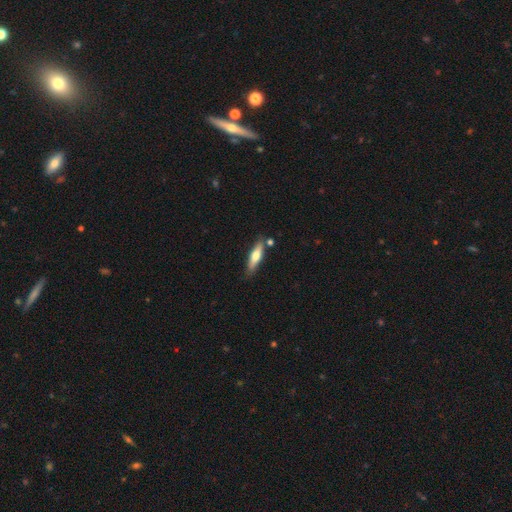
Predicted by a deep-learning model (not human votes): smooth-or-featured: smooth: 56% | featured or disk: 38% | star or artifact: 5%
  how-rounded: cigar-shaped: 73% | in between: 26% | round: 2%
  merging: none: 76% | minor disturbance: 14% | merger: 7% | major disturbance: 3%